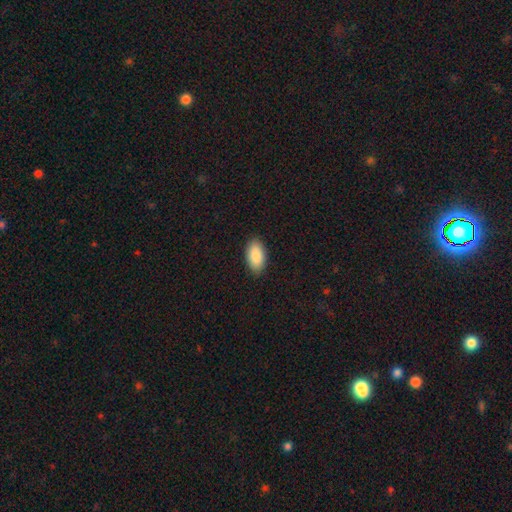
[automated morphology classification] smooth_or_featured: smooth (p=0.89) [alt: star or artifact p=0.06]
how_rounded: in between (p=0.95) [alt: round p=0.03]
merging: none (p=0.88) [alt: minor disturbance p=0.09]